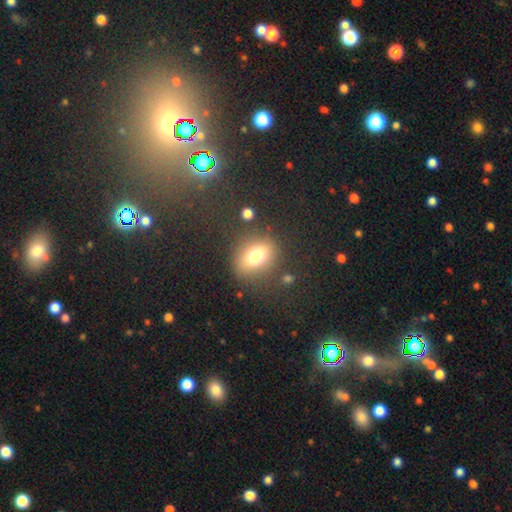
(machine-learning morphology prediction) smooth 73%, featured or disk 15%, star or artifact 13%. Down the decision tree: how rounded — in between (53%); merging — none (79%).